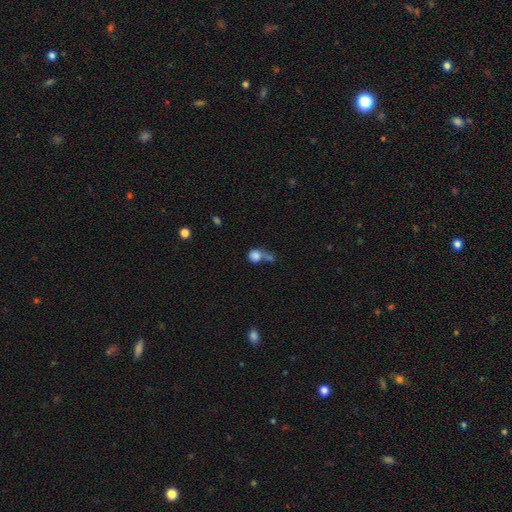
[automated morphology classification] smooth-or-featured: smooth: 80% | star or artifact: 11% | featured or disk: 9%
  how-rounded: round: 74% | in between: 25% | cigar-shaped: 2%
  merging: merger: 43% | none: 31% | minor disturbance: 13% | major disturbance: 13%